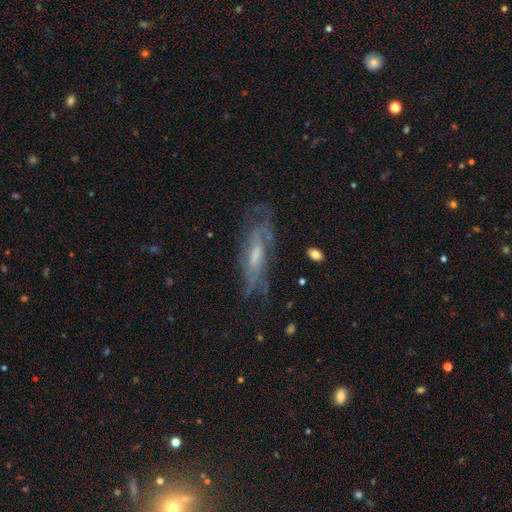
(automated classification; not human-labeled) Morphology: type=featured or disk (70%); edge-on=no (72%); bar=no (51%); spiral arms=yes (75%); bulge=moderate (44%); merging=none (61%).